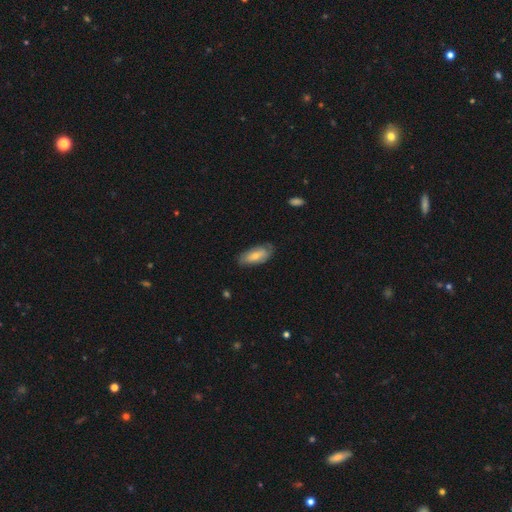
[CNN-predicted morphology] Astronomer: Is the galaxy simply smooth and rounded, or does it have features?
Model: smooth — 58% (runner-up: featured or disk, 36%).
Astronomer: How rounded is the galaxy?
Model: in between — 85%.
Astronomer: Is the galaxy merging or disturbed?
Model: none — 68%.